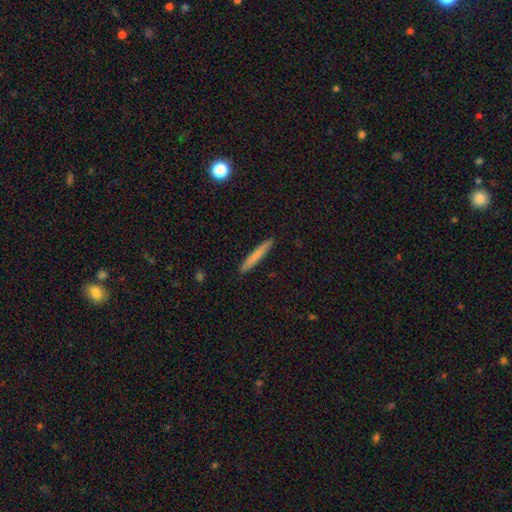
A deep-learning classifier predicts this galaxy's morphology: Overall: smooth (73%). How rounded: cigar-shaped (96%). Merging: none (91%).